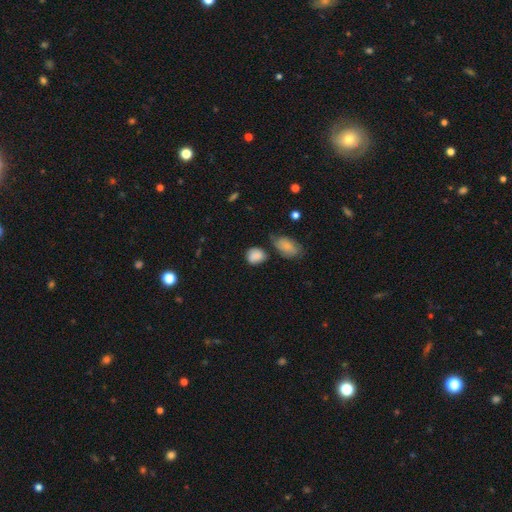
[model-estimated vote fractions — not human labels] smooth-or-featured: smooth: 85% | star or artifact: 9% | featured or disk: 6%
  how-rounded: round: 63% | in between: 36% | cigar-shaped: 2%
  merging: none: 60% | minor disturbance: 23% | merger: 10% | major disturbance: 7%